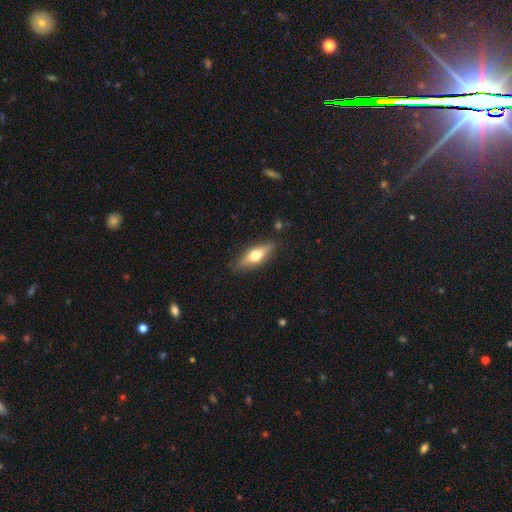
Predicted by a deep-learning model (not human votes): smooth_or_featured: featured or disk (p=0.47) [tied with: smooth p=0.47]
merging: none (p=0.86) [alt: minor disturbance p=0.11]